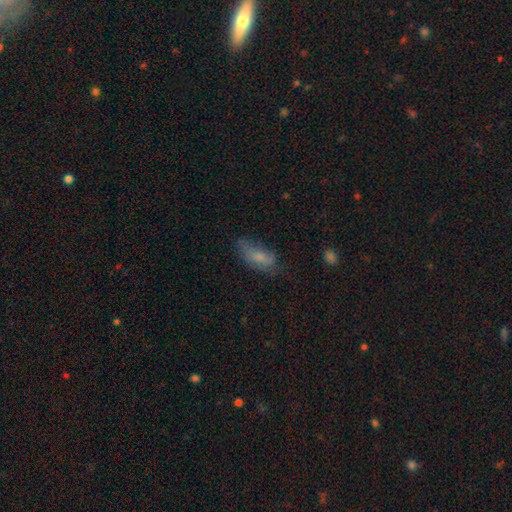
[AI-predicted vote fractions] The model was most divided on "merging": none: 52%, minor disturbance: 31%, major disturbance: 15%, merger: 2%. More confident: how rounded — in between (84%); smooth or featured — smooth (70%).